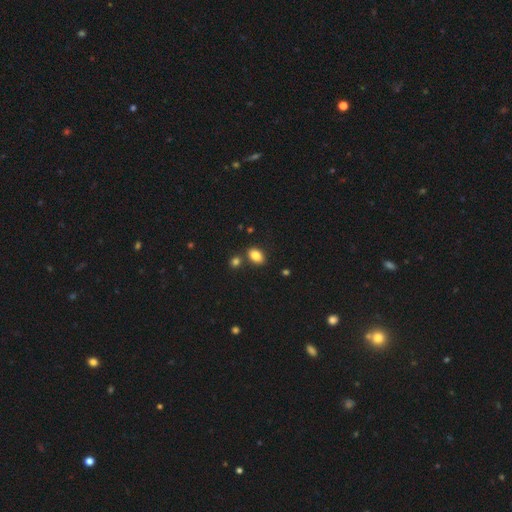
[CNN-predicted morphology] Smooth or featured? smooth (83%)
How rounded? in between (85%)
Merging? none (78%)